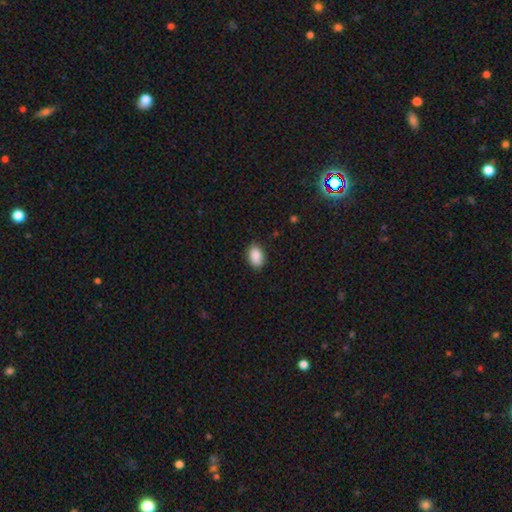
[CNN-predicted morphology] A smooth galaxy with no disk features (88%) that is in between round and cigar-shaped (88%).

Vote fractions:
- Smooth or featured? smooth: 88% / star or artifact: 7% / featured or disk: 4%
- How rounded? in between: 88% / round: 11% / cigar-shaped: 2%
- Merging? none: 84% / minor disturbance: 13% / major disturbance: 2% / merger: 1%